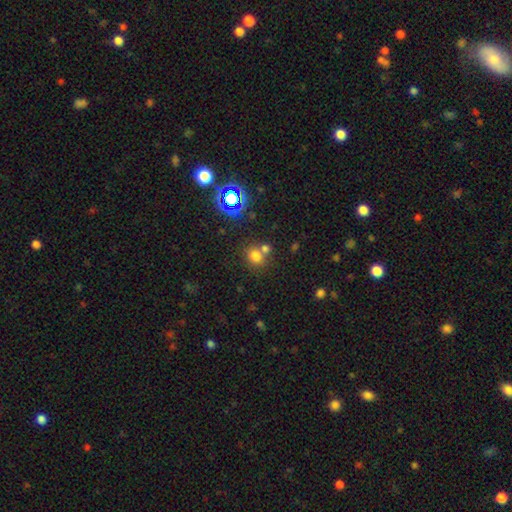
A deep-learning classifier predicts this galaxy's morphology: This is likely a smooth galaxy (73%). How rounded: likely round (78%). Merging: possibly none (55%).